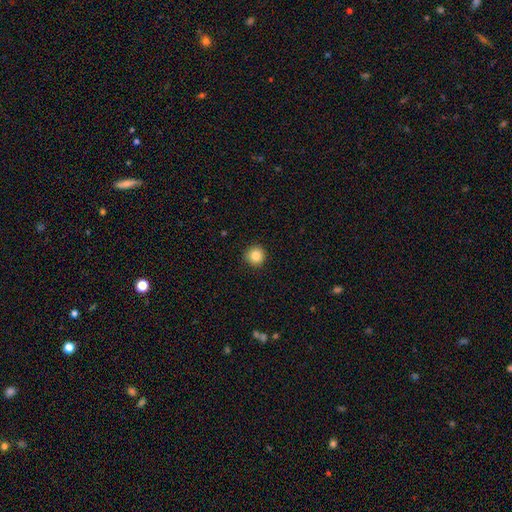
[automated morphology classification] Overall: smooth (85%). How rounded: round (94%). Merging: none (91%).